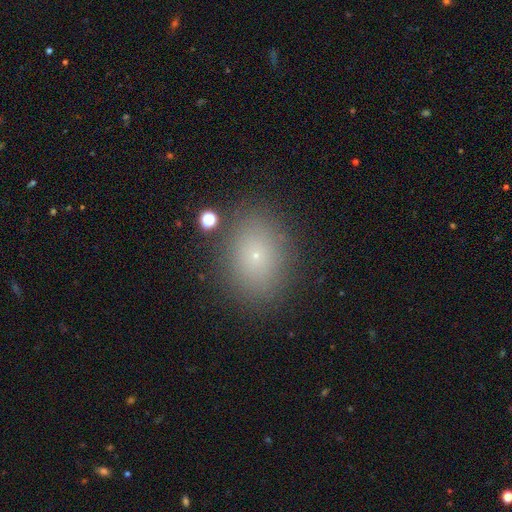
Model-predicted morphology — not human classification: type=smooth (70%); roundness=in between (57%); merging=none (85%).